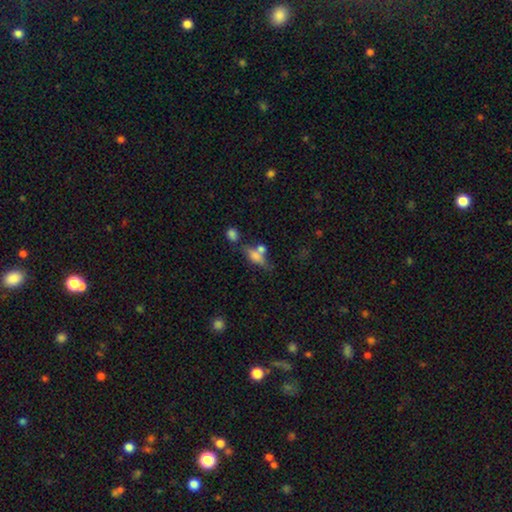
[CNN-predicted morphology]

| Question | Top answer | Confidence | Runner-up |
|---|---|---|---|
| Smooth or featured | smooth | 63% | featured or disk (26%) |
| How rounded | in between | 63% | cigar-shaped (30%) |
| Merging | none | 44% | merger (29%) |